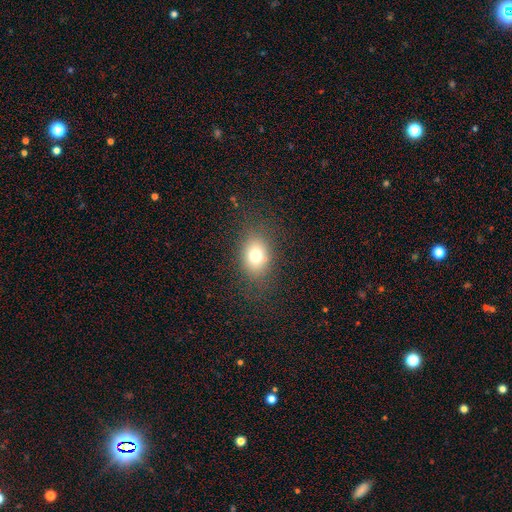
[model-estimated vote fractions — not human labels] A smooth galaxy with no disk features (72%) that is in between round and cigar-shaped (63%).

Vote fractions:
- Smooth or featured? smooth: 72% / featured or disk: 14% / star or artifact: 14%
- How rounded? in between: 63% / round: 35% / cigar-shaped: 1%
- Merging? none: 78% / minor disturbance: 13% / major disturbance: 6% / merger: 2%